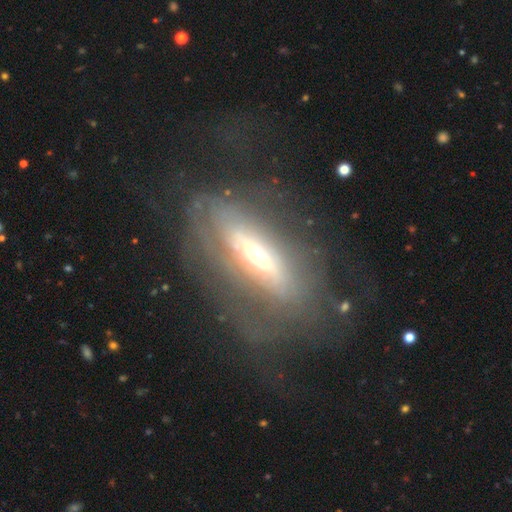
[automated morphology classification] Smooth or featured? featured or disk (72%)
Edge-on disk? no (63%)
Merging? none (48%)